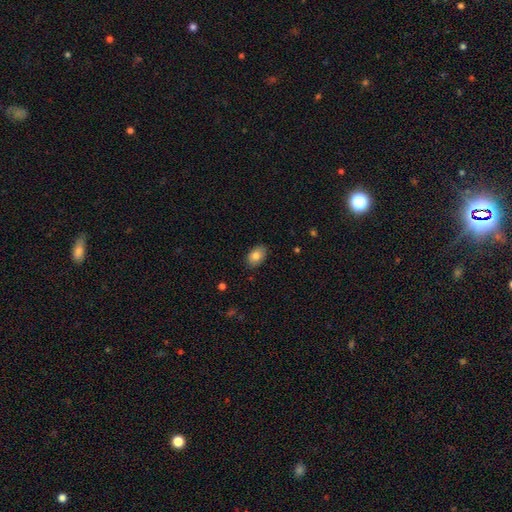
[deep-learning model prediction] Smooth or featured: smooth — 83% (featured or disk — 9%)
How rounded: in between — 86% (round — 13%)
Merging: none — 85% (minor disturbance — 12%)